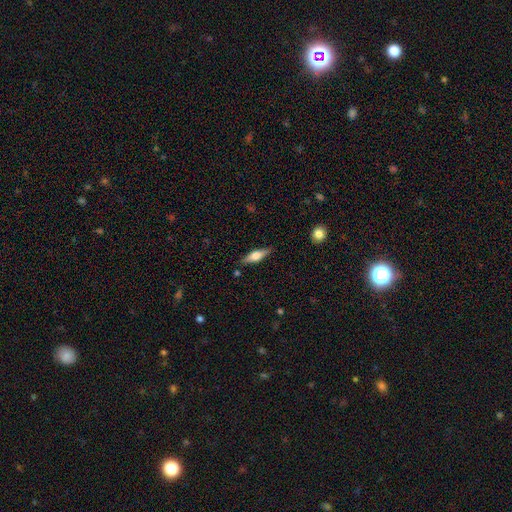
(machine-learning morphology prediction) Smooth or featured? featured or disk (49%)
Merging? none (86%)